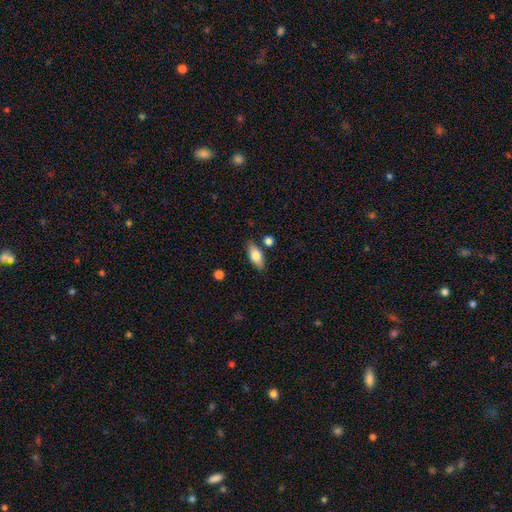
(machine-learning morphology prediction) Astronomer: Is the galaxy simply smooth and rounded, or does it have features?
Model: smooth — 74%.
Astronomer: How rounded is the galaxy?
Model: in between — 80%.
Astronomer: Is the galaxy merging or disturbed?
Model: none — 80%.